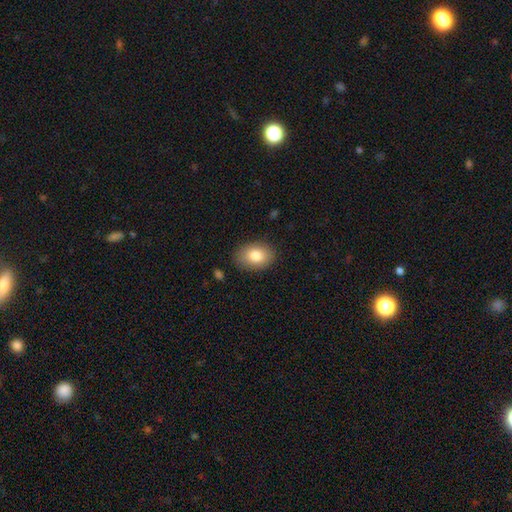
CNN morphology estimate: A smooth galaxy with no disk features (82%) that is in between round and cigar-shaped (80%). Merging: none (86%).